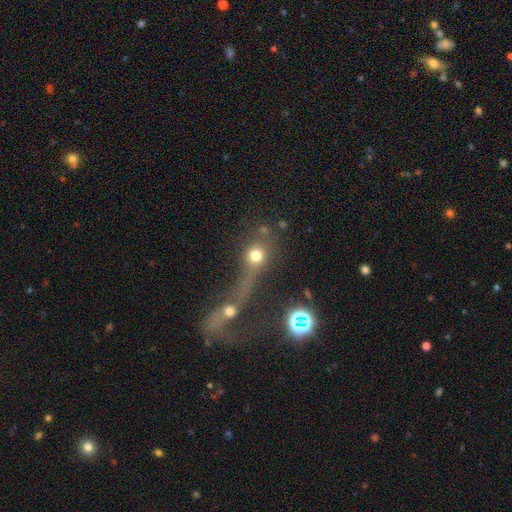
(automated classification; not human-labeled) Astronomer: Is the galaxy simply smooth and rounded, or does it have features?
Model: smooth — 64%.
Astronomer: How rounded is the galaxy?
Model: round — 78%.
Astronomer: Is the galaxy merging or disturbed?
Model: none — 38% (runner-up: merger, 36%).